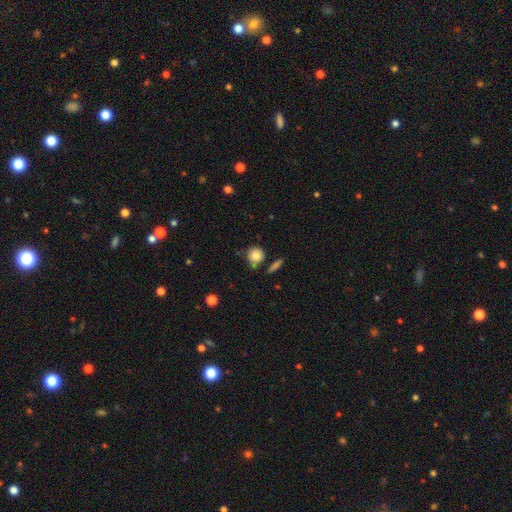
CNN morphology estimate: Overall: smooth (81%). How rounded: round (87%). Merging: none (70%).